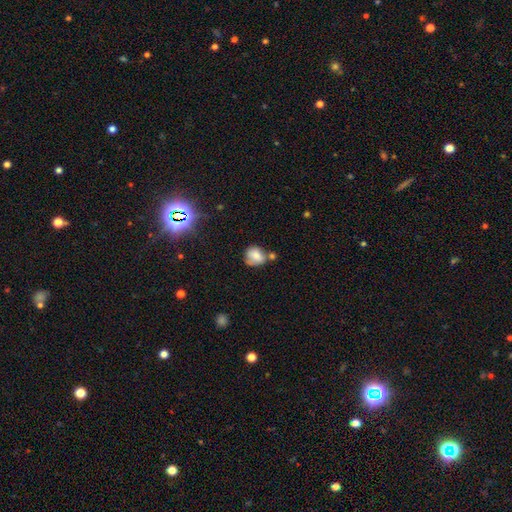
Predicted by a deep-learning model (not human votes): The model was most divided on "merging": none: 47%, minor disturbance: 24%, merger: 22%, major disturbance: 8%. More confident: smooth or featured — smooth (71%); how rounded — round (70%).